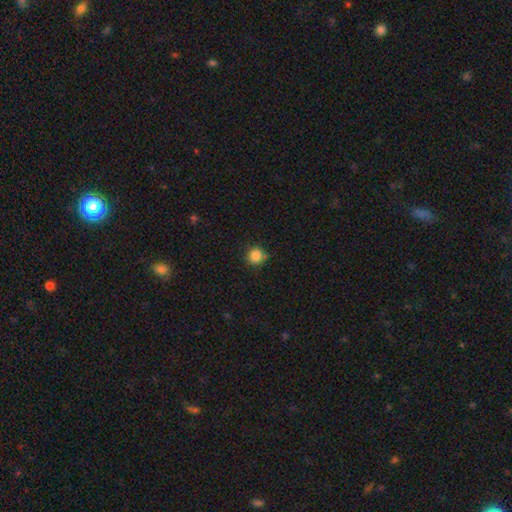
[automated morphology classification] A smooth galaxy with no disk features (85%) that is round (93%). Merging: none (81%).